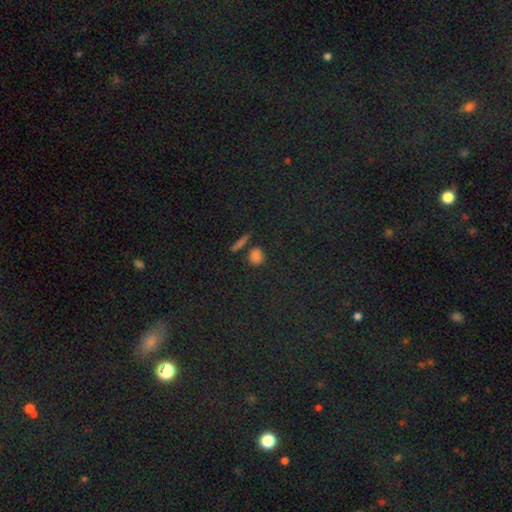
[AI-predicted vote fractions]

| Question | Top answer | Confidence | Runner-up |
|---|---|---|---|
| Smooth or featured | smooth | 68% | star or artifact (25%) |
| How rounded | round | 62% | in between (29%) |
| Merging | none | 78% | minor disturbance (10%) |